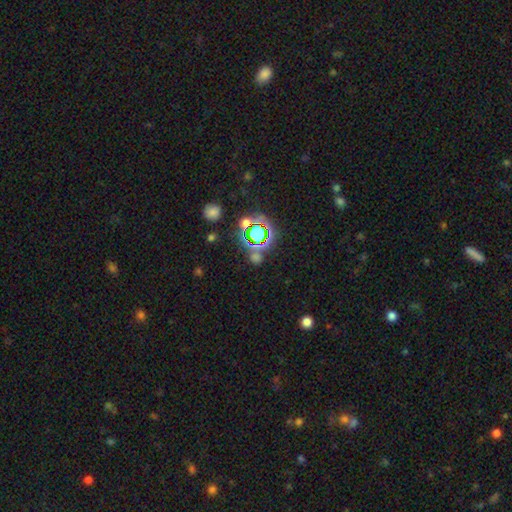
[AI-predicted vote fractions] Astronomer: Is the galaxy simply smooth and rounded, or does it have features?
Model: star or artifact — 69%.